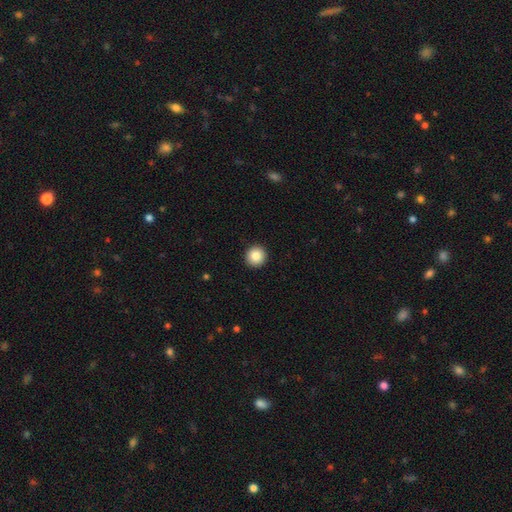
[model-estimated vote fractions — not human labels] smooth 86%, star or artifact 9%, featured or disk 6%. Down the decision tree: how rounded — round (94%); merging — none (93%).